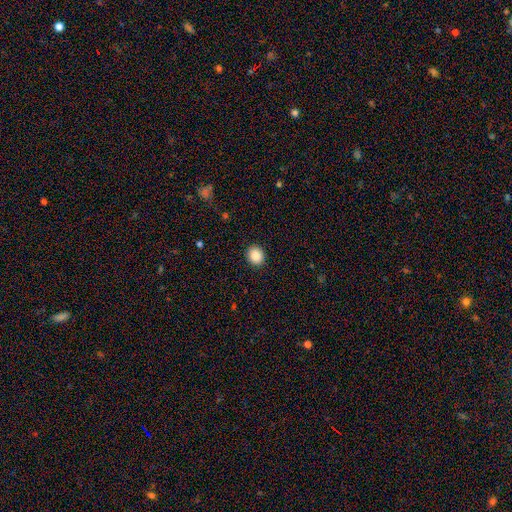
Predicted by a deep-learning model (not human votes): Smooth or featured?
  - smooth: 88% *
  - star or artifact: 9%
  - featured or disk: 3%
How rounded?
  - round: 78% *
  - in between: 21%
  - cigar-shaped: 1%
Merging?
  - none: 91% *
  - minor disturbance: 6%
  - major disturbance: 2%
  - merger: 1%